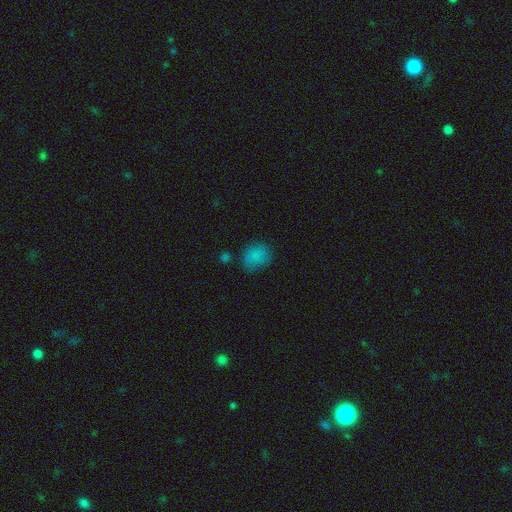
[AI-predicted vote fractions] A smooth galaxy with no disk features (81%) that is round (56%).

Vote fractions:
- Smooth or featured? smooth: 81% / star or artifact: 13% / featured or disk: 6%
- How rounded? round: 56% / in between: 42% / cigar-shaped: 1%
- Merging? none: 65% / minor disturbance: 24% / major disturbance: 7% / merger: 4%